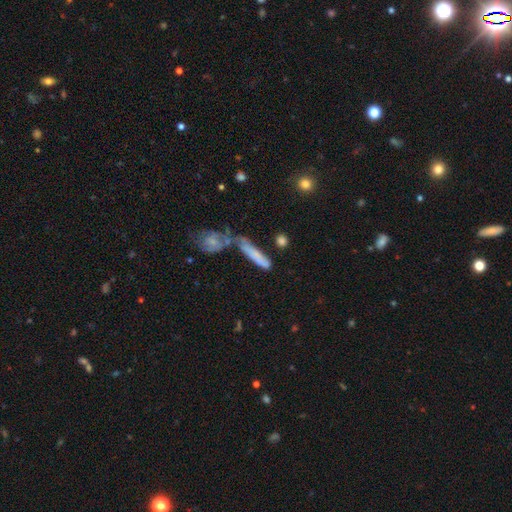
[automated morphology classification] smooth_or_featured: smooth (p=0.66) [alt: featured or disk p=0.24]
how_rounded: cigar-shaped (p=0.80) [alt: in between p=0.17]
merging: none (p=0.41) [alt: merger p=0.33]